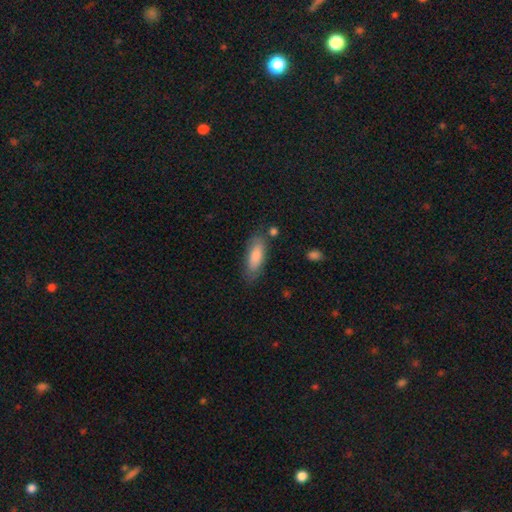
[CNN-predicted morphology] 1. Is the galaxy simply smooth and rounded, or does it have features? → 80% smooth, 14% featured or disk, 7% star or artifact.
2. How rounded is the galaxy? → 64% in between, 35% cigar-shaped, 2% round.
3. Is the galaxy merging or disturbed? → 75% none, 17% minor disturbance, 4% major disturbance, 4% merger.